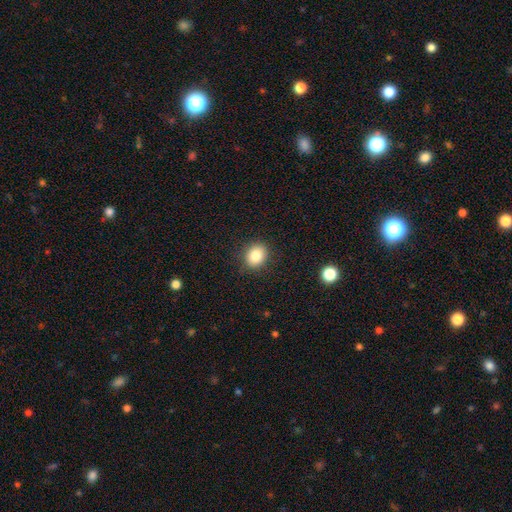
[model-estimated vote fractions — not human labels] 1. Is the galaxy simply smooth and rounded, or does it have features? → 83% smooth, 10% star or artifact, 7% featured or disk.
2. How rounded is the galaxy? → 65% round, 34% in between, 1% cigar-shaped.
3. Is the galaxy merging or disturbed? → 89% none, 8% minor disturbance, 2% major disturbance, 1% merger.